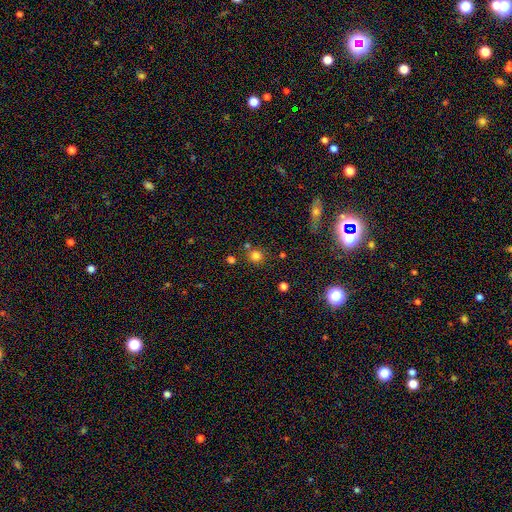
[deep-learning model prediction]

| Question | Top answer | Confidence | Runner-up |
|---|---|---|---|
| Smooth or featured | smooth | 79% | star or artifact (15%) |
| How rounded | round | 88% | in between (11%) |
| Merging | none | 76% | merger (11%) |